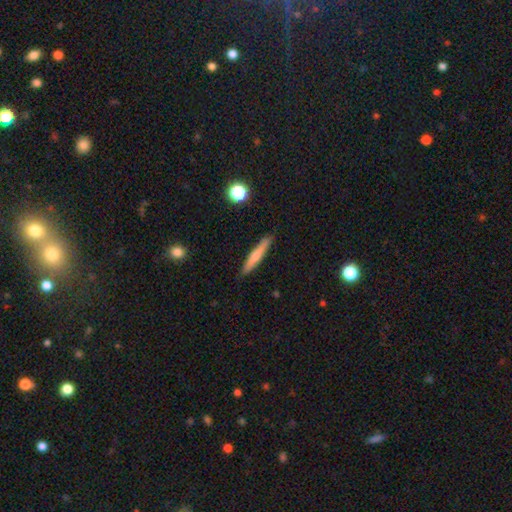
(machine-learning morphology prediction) smooth_or_featured: smooth (p=0.59) [alt: featured or disk p=0.35]
how_rounded: cigar-shaped (p=0.94) [alt: in between p=0.05]
merging: none (p=0.89) [alt: minor disturbance p=0.08]